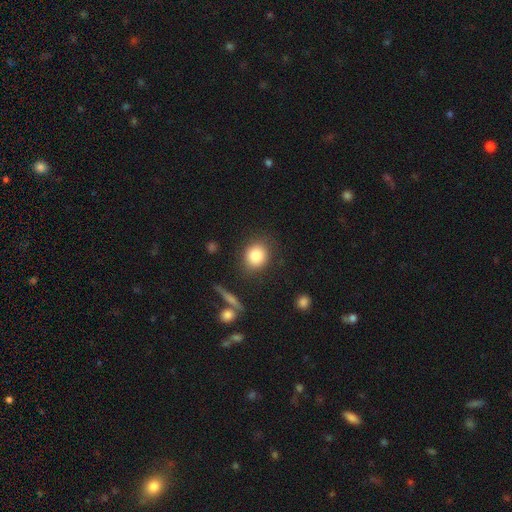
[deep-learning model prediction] This is clearly a smooth galaxy (84%). How rounded: likely round (72%). Merging: clearly none (81%).